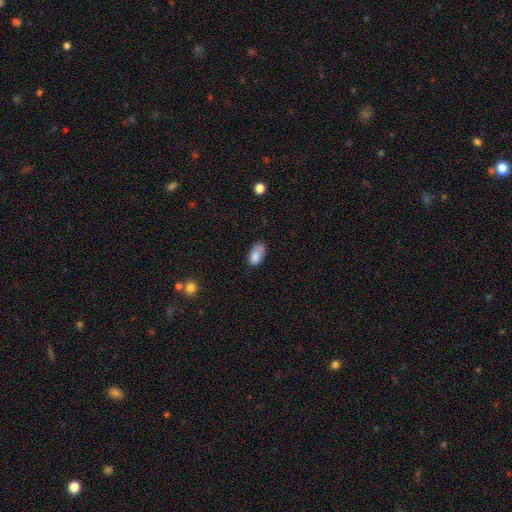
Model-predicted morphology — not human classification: Overall: smooth (83%). How rounded: in between (93%). Merging: none (56%; minor disturbance 31%).